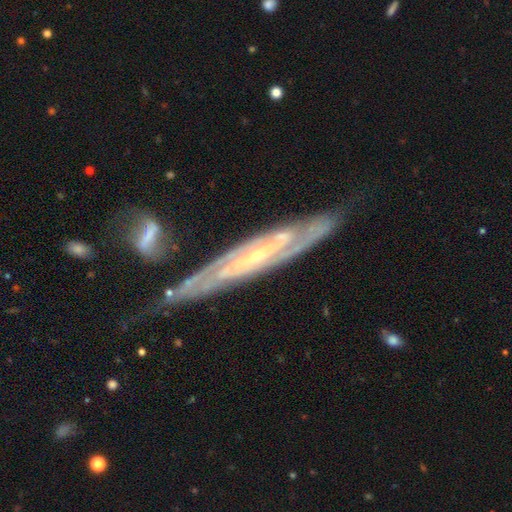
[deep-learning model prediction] A featured or disk galaxy (88%) with a weak bar (36%), 2 (62%) tight (57%) spiral arms (96%) and a small central bulge (75%). Merging: none (67%).